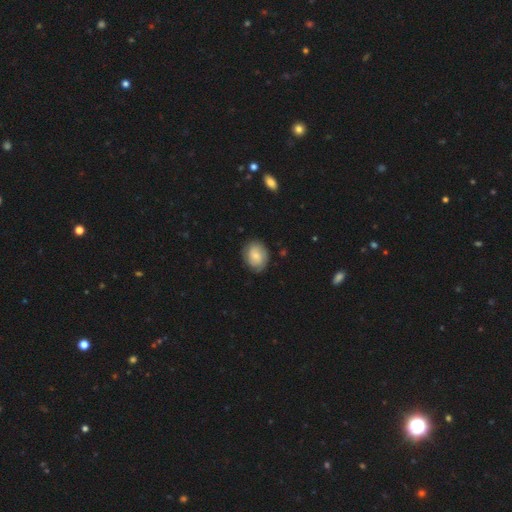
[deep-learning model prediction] smooth-or-featured: smooth: 62% | featured or disk: 30% | star or artifact: 7%
  how-rounded: in between: 55% | round: 44% | cigar-shaped: 1%
  merging: none: 80% | minor disturbance: 15% | major disturbance: 4% | merger: 1%